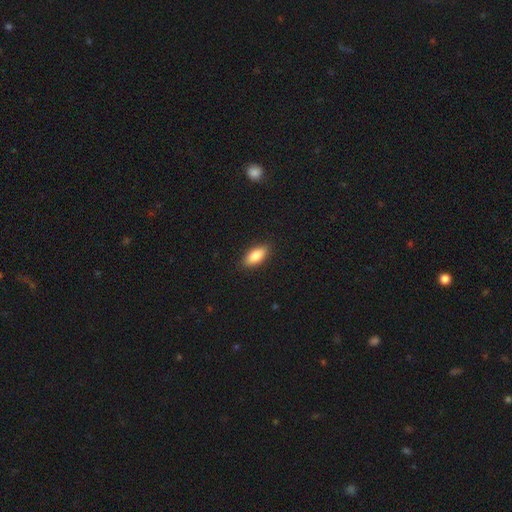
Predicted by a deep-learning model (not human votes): Smooth or featured?
  - smooth: 85% *
  - featured or disk: 9%
  - star or artifact: 6%
How rounded?
  - in between: 87% *
  - cigar-shaped: 11%
  - round: 3%
Merging?
  - none: 89% *
  - minor disturbance: 9%
  - major disturbance: 2%
  - merger: 1%